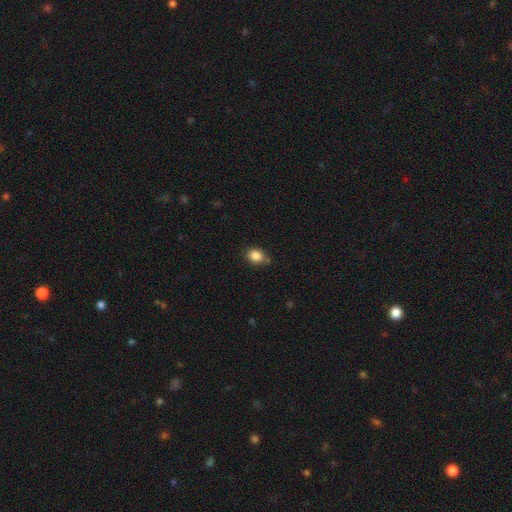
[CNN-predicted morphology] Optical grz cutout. It shows a smooth galaxy with no disk features (85%) that is round (54%). Merging: none (74%).